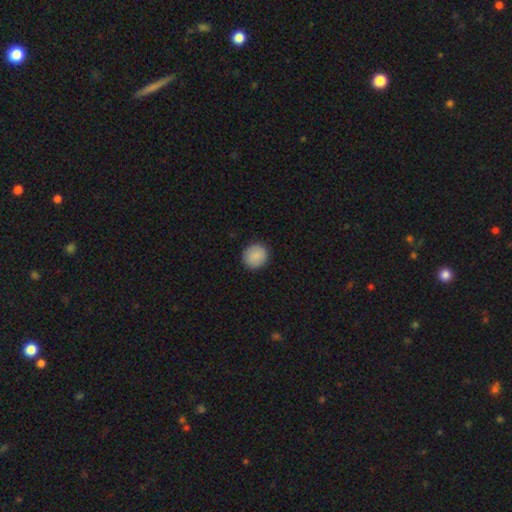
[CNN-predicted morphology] type=smooth (88%); roundness=round (87%); merging=none (90%).